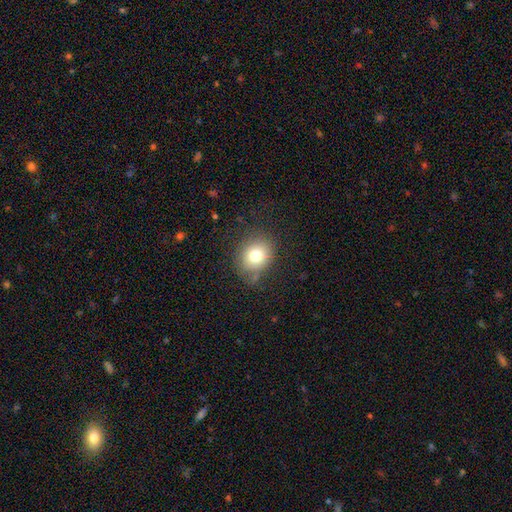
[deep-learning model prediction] A smooth galaxy with no disk features (77%) that is round (67%). Merging: none (76%).